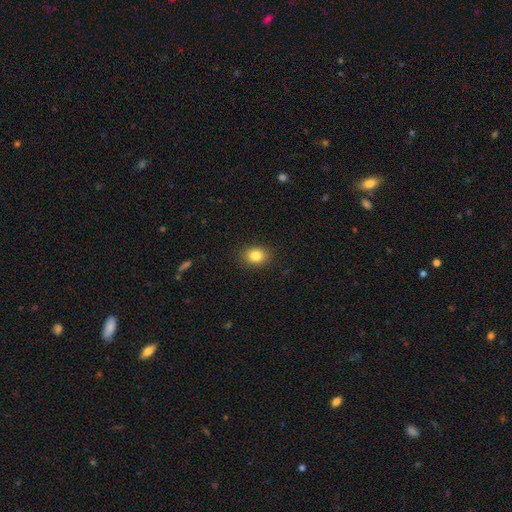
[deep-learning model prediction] Smooth or featured?
  - smooth: 84% *
  - star or artifact: 10%
  - featured or disk: 6%
How rounded?
  - in between: 57% *
  - round: 42%
  - cigar-shaped: 1%
Merging?
  - none: 88% *
  - minor disturbance: 8%
  - major disturbance: 2%
  - merger: 1%